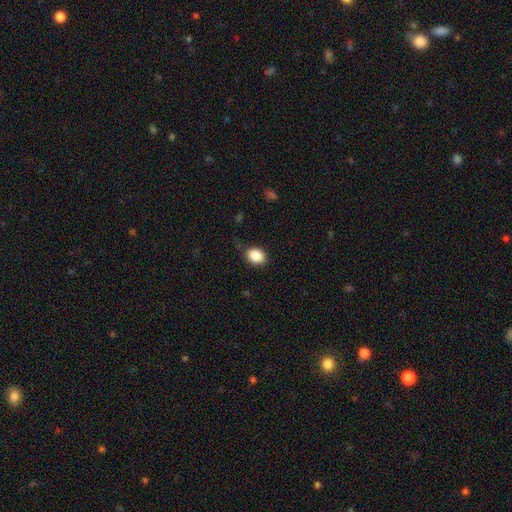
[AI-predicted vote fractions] Q: Smooth or featured?
A: smooth (87%); runner-up: star or artifact (8%)
Q: How rounded?
A: in between (66%); runner-up: round (33%)
Q: Merging?
A: none (80%); runner-up: minor disturbance (16%)